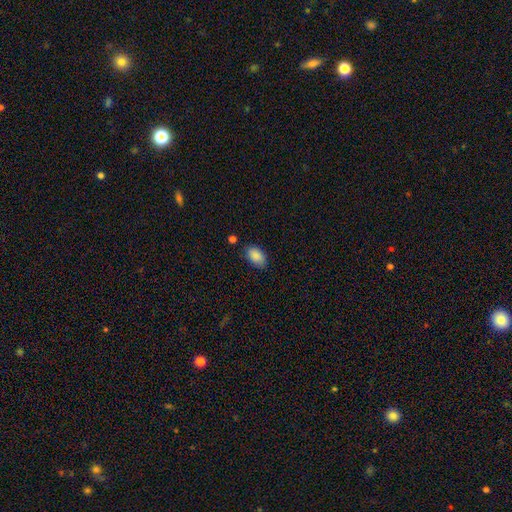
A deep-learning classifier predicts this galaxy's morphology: A smooth galaxy with no disk features (88%) that is in between round and cigar-shaped (92%). Merging: none (80%).